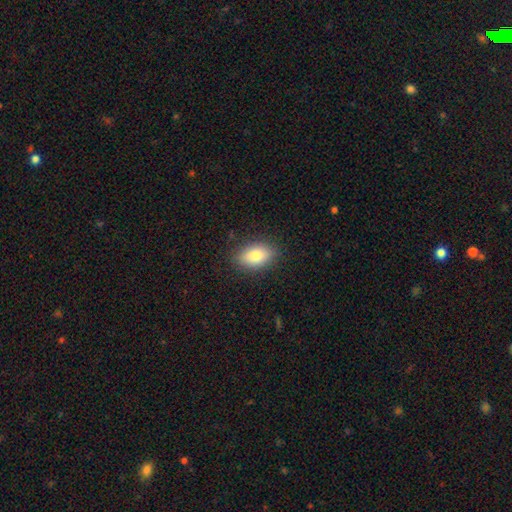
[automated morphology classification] smooth 82%, featured or disk 11%, star or artifact 7%. Down the decision tree: how rounded — in between (88%); merging — none (86%).